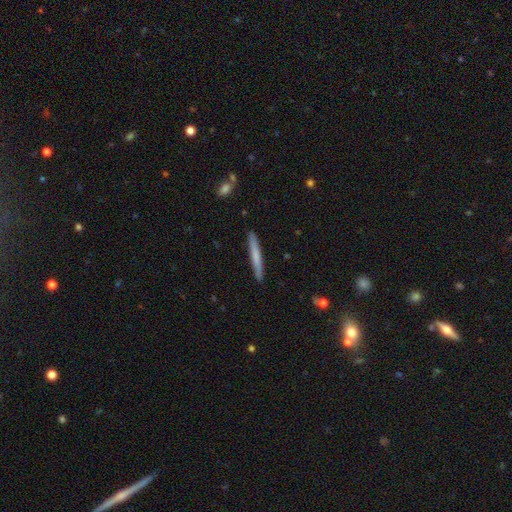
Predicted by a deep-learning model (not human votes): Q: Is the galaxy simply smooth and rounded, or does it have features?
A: smooth — 64%.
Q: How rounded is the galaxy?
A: cigar-shaped — 97%.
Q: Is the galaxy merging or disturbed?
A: none — 91%.